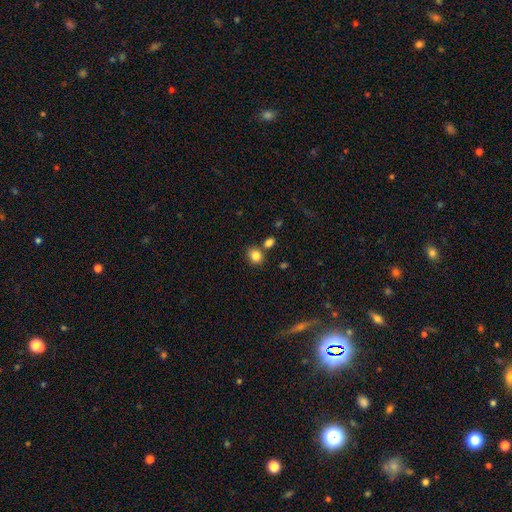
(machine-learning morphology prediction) A smooth galaxy with no disk features (83%) that is round (62%). Merging: none (73%).